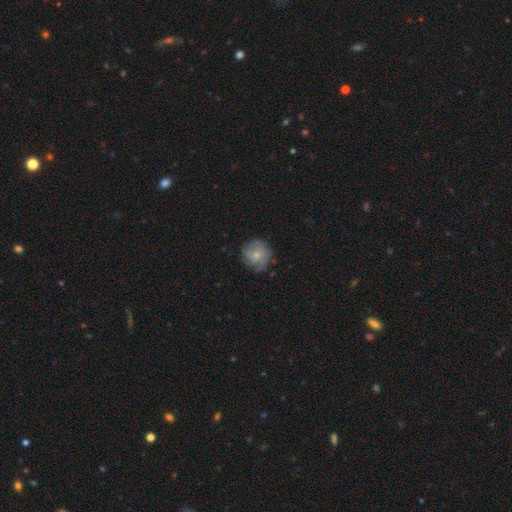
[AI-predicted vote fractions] Smooth or featured: smooth — 53% (featured or disk — 39%)
How rounded: round — 87% (in between — 12%)
Merging: none — 68% (minor disturbance — 23%)